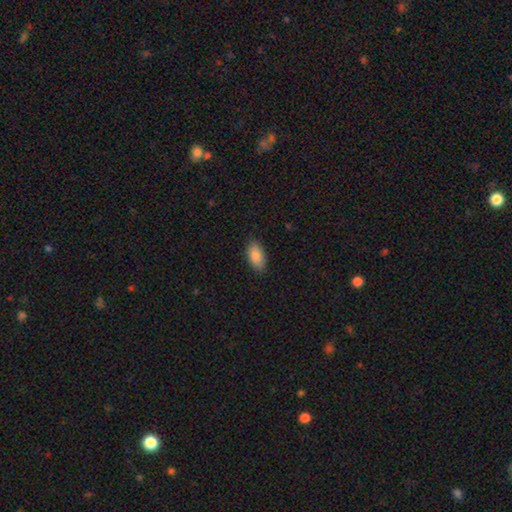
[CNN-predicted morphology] Smooth or featured: smooth — 87% (star or artifact — 7%)
How rounded: in between — 93% (cigar-shaped — 4%)
Merging: none — 85% (minor disturbance — 11%)